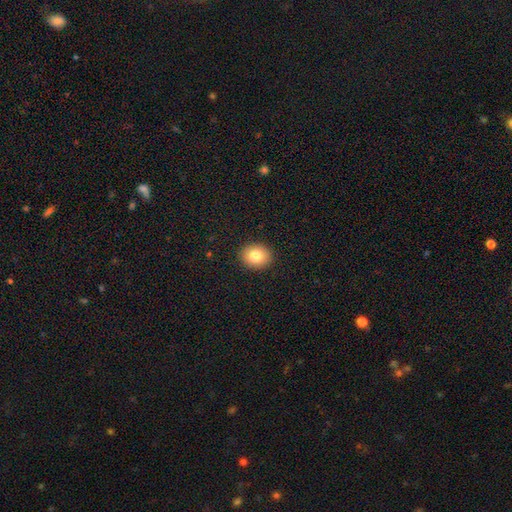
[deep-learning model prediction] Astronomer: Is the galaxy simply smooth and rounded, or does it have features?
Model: smooth — 81%.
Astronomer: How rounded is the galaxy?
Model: round — 64%.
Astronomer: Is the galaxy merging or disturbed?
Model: none — 91%.